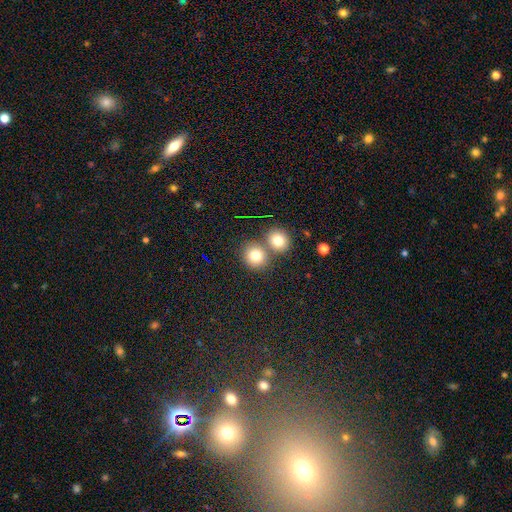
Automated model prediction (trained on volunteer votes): Smooth or featured? smooth (78%)
How rounded? round (83%)
Merging? none (59%)